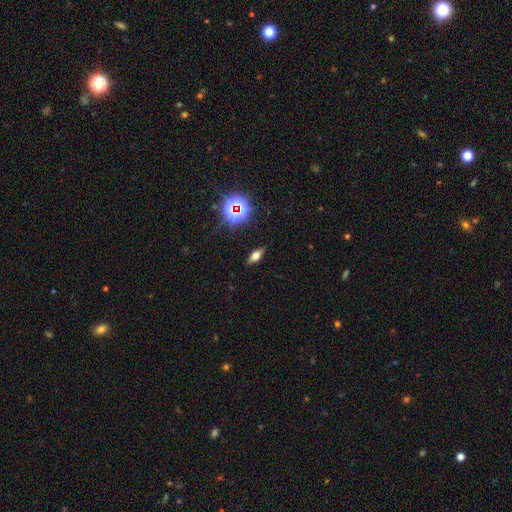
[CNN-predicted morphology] Smooth or featured? Predicted: smooth (p=0.52). How rounded? Predicted: in between (p=0.69). Merging? Predicted: none (p=0.87).